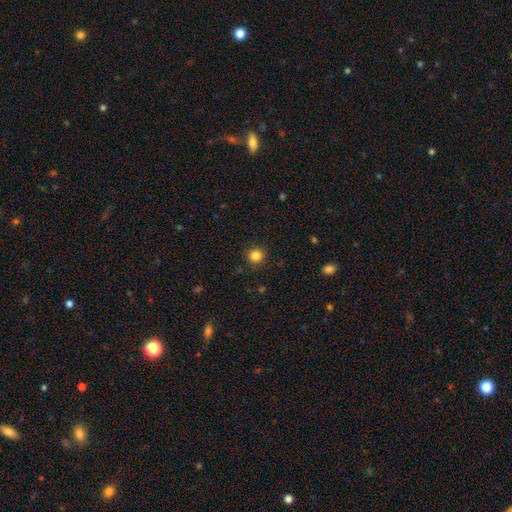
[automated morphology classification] Overall: smooth (84%). How rounded: round (95%). Merging: none (91%).